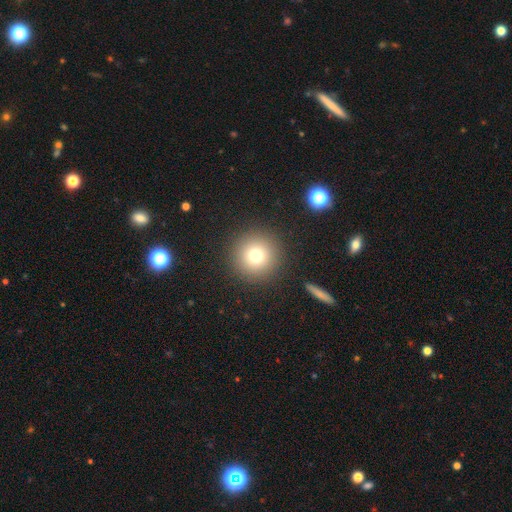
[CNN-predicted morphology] Q: Smooth or featured?
A: smooth (75%); runner-up: star or artifact (15%)
Q: How rounded?
A: round (96%); runner-up: in between (3%)
Q: Merging?
A: none (91%); runner-up: minor disturbance (5%)